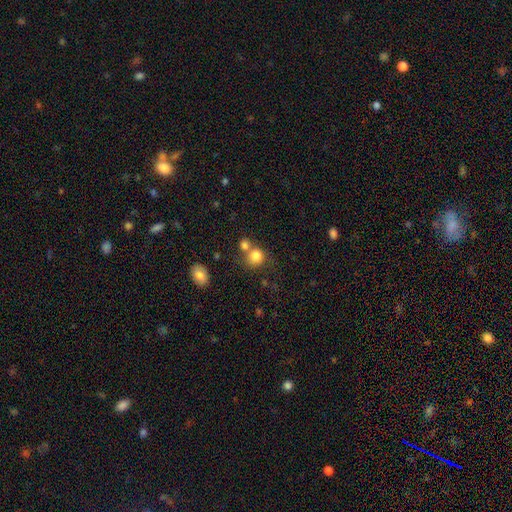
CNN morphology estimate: Smooth or featured? smooth (82%)
How rounded? round (81%)
Merging? none (49%)